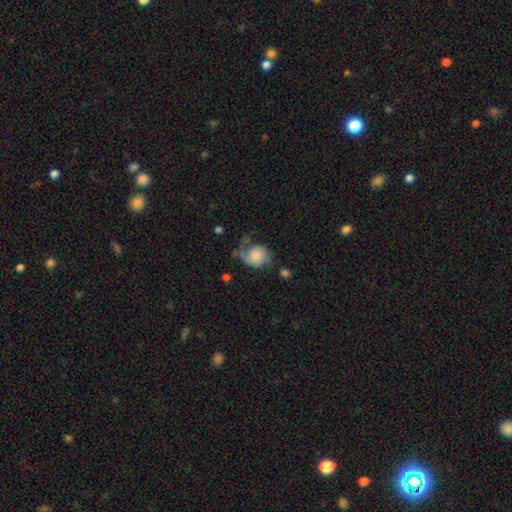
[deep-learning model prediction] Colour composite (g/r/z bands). It shows a smooth galaxy with no disk features (46%, tied with featured or disk). Merging: none (37%).